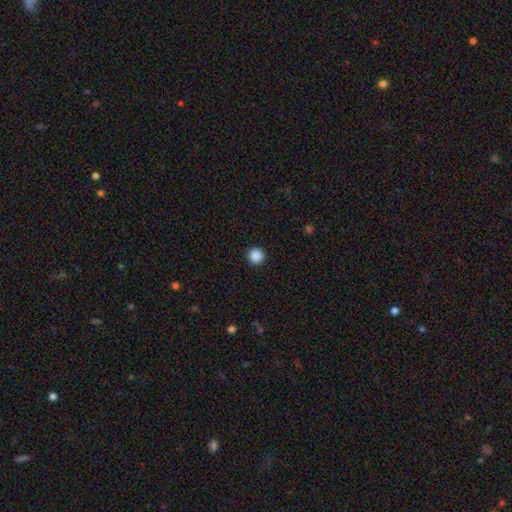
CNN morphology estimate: A smooth galaxy with no disk features (88%) that is round (96%). Merging: none (93%).